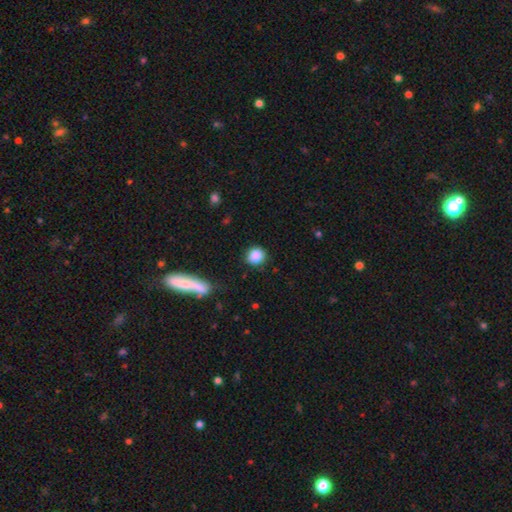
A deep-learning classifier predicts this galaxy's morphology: smooth-or-featured: smooth: 86% | star or artifact: 9% | featured or disk: 4%
  how-rounded: round: 83% | in between: 15% | cigar-shaped: 1%
  merging: none: 84% | minor disturbance: 11% | major disturbance: 3% | merger: 2%